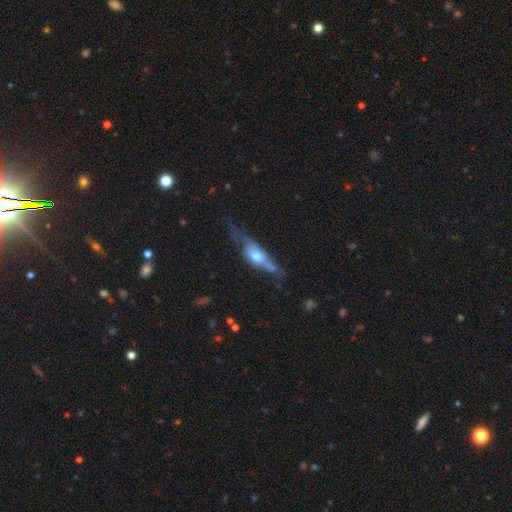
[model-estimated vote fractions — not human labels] The model was most divided on "merging": none: 34%, major disturbance: 31%, minor disturbance: 29%, merger: 6%. More confident: edge-on disk — yes (59%); smooth or featured — featured or disk (56%).